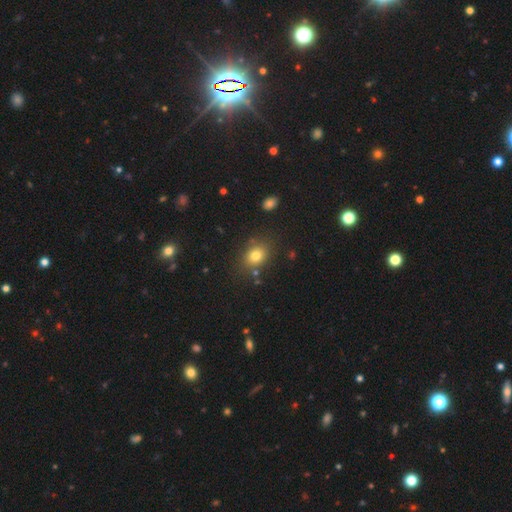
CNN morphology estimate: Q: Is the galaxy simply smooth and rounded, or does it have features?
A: smooth — 78%.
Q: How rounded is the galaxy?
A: in between — 52%.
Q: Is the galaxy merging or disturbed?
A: none — 80%.